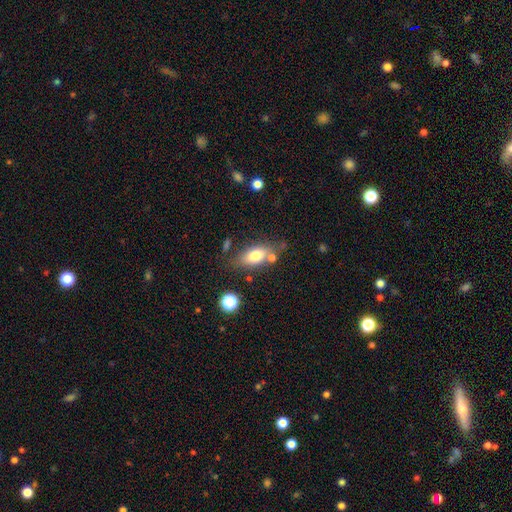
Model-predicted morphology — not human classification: Q: Smooth or featured?
A: smooth (73%); runner-up: featured or disk (18%)
Q: How rounded?
A: in between (82%); runner-up: cigar-shaped (10%)
Q: Merging?
A: none (66%); runner-up: minor disturbance (18%)